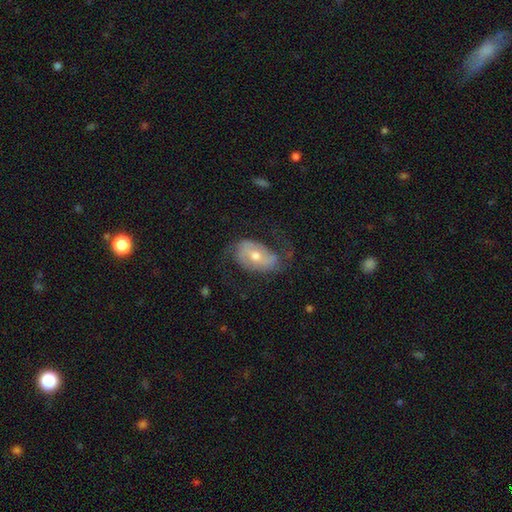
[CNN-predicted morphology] Smooth or featured? Predicted: featured or disk (p=0.76). Edge-on disk? Predicted: no (p=0.95). Bar? Predicted: weak (p=0.41). Spiral arms? Predicted: yes (p=0.88). Spiral winding? Predicted: loose (p=0.43). Spiral arm count? Predicted: 2 (p=0.85). Bulge size? Predicted: moderate (p=0.69). Merging? Predicted: none (p=0.64).